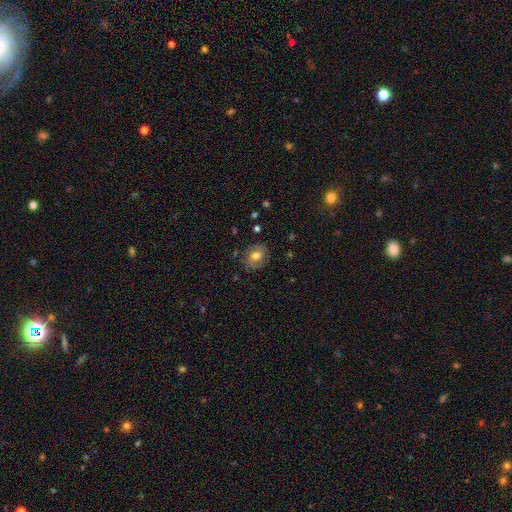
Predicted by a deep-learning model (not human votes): Smooth or featured?
  - smooth: 65% *
  - featured or disk: 25%
  - star or artifact: 10%
How rounded?
  - round: 63% *
  - in between: 36%
  - cigar-shaped: 1%
Merging?
  - none: 80% *
  - minor disturbance: 14%
  - major disturbance: 4%
  - merger: 1%